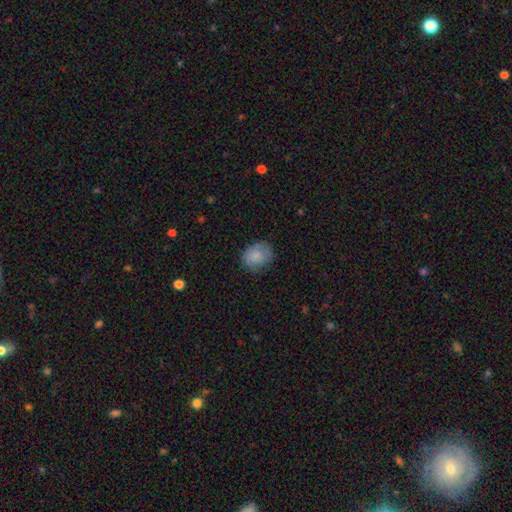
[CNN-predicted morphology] smooth-or-featured: smooth: 82% | featured or disk: 10% | star or artifact: 8%
  how-rounded: round: 60% | in between: 39% | cigar-shaped: 1%
  merging: none: 73% | minor disturbance: 20% | major disturbance: 5% | merger: 1%